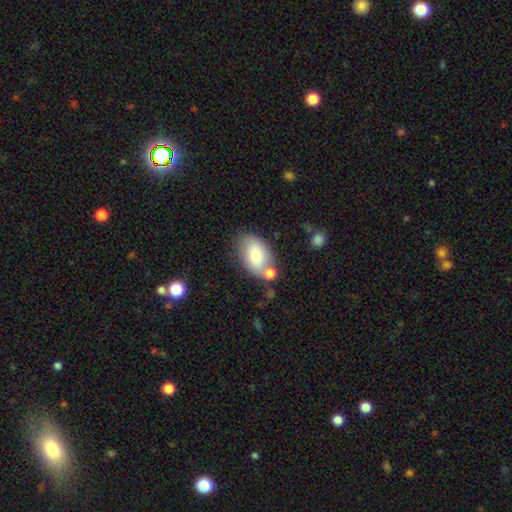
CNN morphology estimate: Overall: smooth (74%). How rounded: in between (89%). Merging: none (54%; merger 21%).